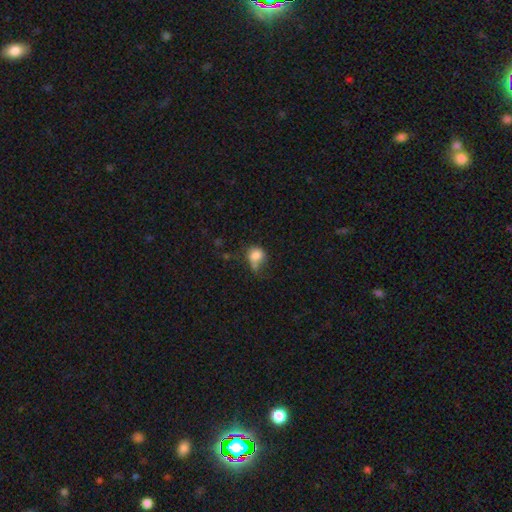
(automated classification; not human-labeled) A smooth galaxy with no disk features (80%) that is round (65%). Merging: none (34%).